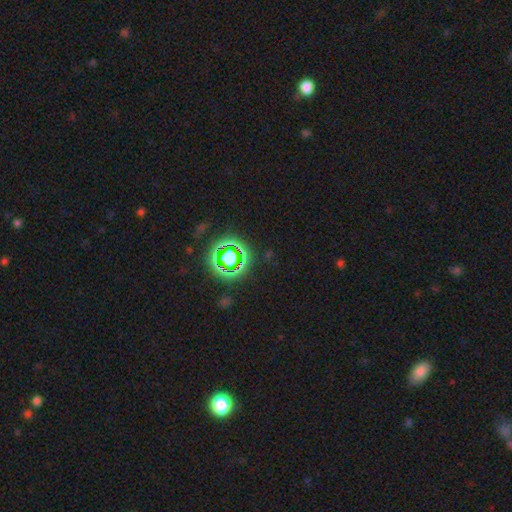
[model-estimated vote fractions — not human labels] smooth-or-featured: star or artifact: 79% | smooth: 14% | featured or disk: 7%